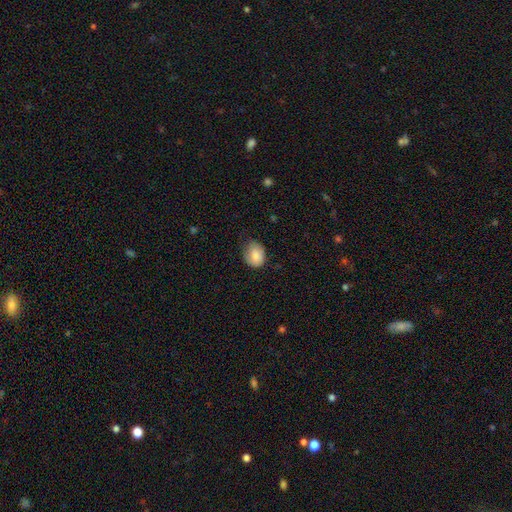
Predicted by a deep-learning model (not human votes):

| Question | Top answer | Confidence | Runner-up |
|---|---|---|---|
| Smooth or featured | smooth | 81% | featured or disk (12%) |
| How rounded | in between | 53% | round (46%) |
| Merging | none | 58% | minor disturbance (32%) |